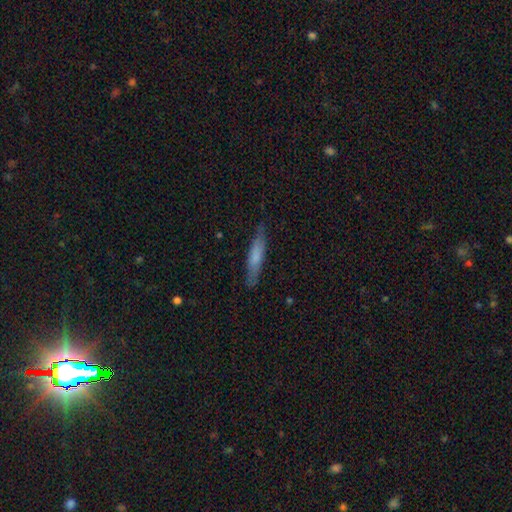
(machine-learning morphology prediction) smooth 65%, featured or disk 30%, star or artifact 6%. Down the decision tree: how rounded — cigar-shaped (86%); merging — none (83%).